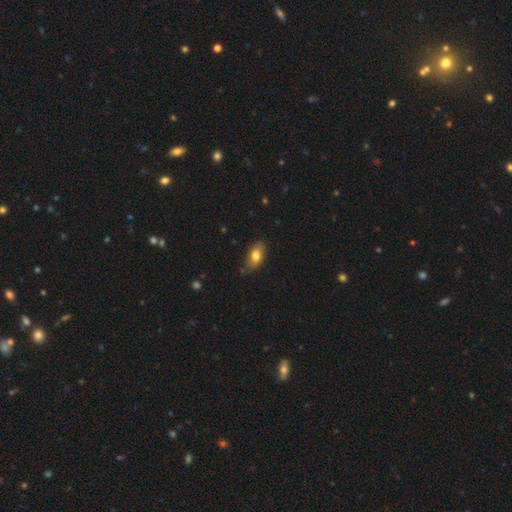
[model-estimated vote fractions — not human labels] Smooth or featured: smooth — 78% (featured or disk — 15%)
How rounded: in between — 89% (round — 6%)
Merging: none — 79% (minor disturbance — 16%)